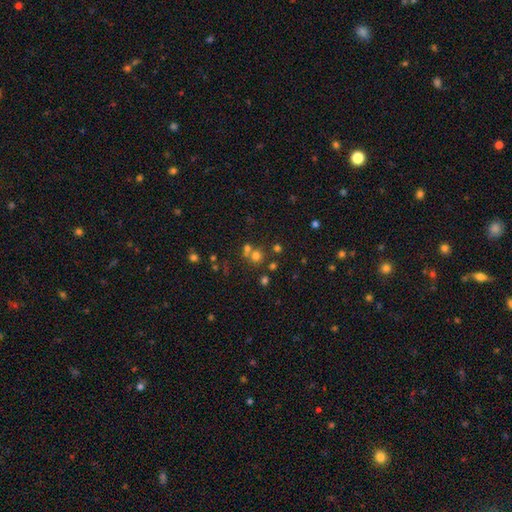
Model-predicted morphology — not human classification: A smooth galaxy with no disk features (64%) that is round (86%). Merging: none (55%).